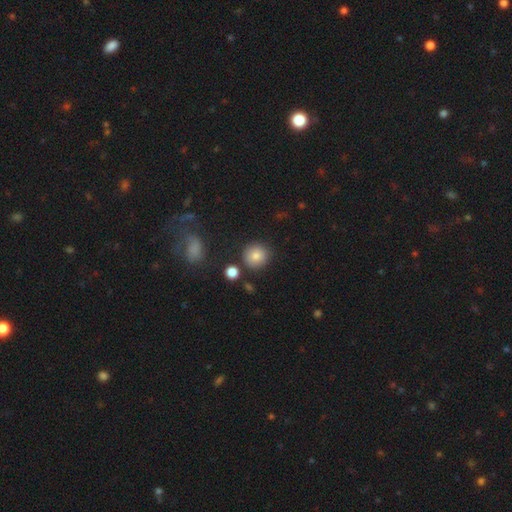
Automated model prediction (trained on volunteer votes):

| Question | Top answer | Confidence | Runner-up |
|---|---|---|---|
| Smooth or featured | smooth | 82% | star or artifact (10%) |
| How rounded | round | 92% | in between (7%) |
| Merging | none | 84% | minor disturbance (8%) |